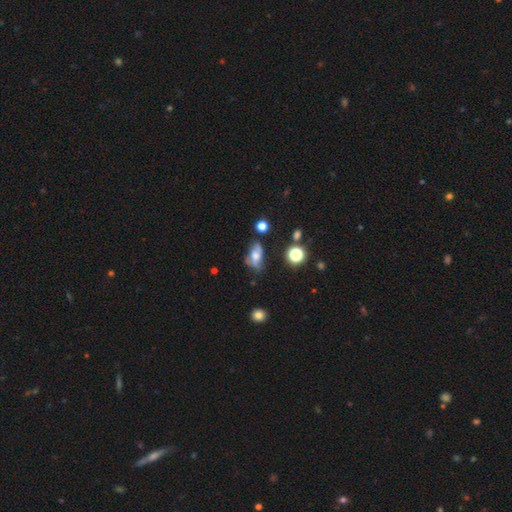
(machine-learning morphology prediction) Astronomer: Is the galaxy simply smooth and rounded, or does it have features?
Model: smooth — 53% (runner-up: featured or disk, 33%).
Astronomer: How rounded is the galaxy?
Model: in between — 83%.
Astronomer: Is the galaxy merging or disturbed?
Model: none — 39% (runner-up: minor disturbance, 32%).